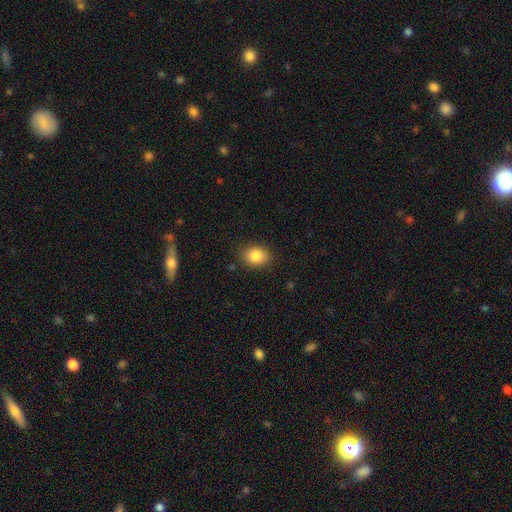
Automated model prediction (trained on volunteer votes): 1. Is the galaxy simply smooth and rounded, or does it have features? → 85% smooth, 9% star or artifact, 6% featured or disk.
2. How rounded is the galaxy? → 61% in between, 38% round, 1% cigar-shaped.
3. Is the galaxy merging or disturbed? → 86% none, 10% minor disturbance, 3% major disturbance, 1% merger.